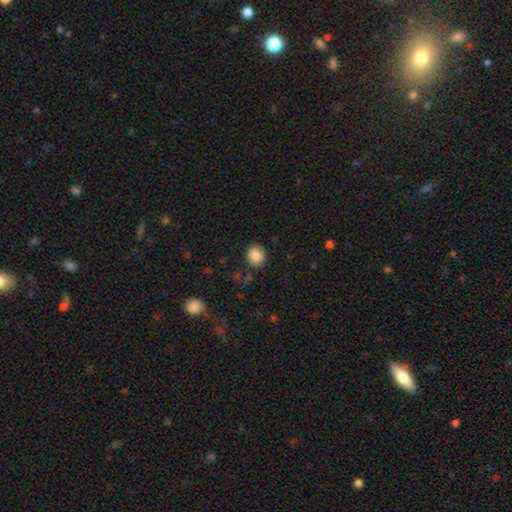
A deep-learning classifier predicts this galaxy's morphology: type=smooth (88%); roundness=round (81%); merging=none (88%).